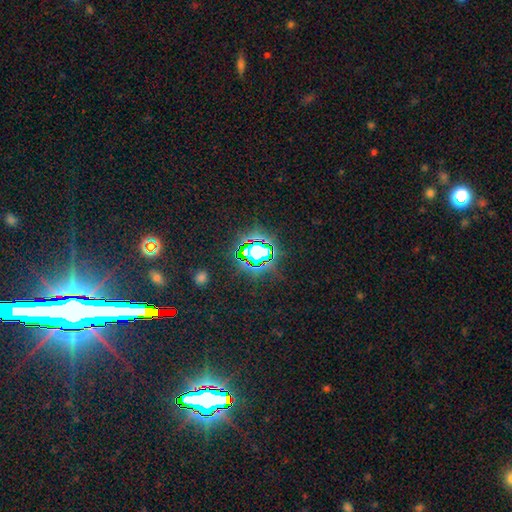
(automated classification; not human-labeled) Smooth or featured: star or artifact — 82% (smooth — 10%)